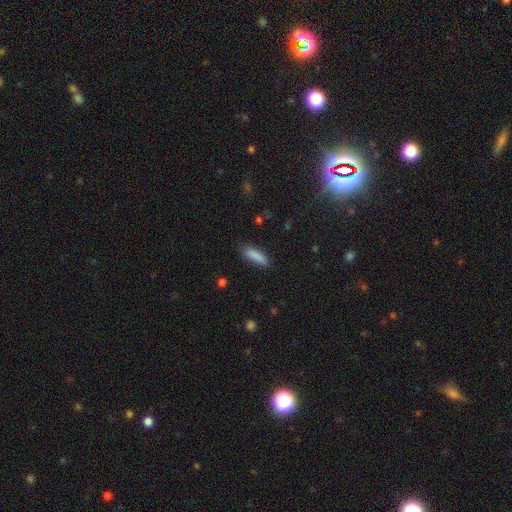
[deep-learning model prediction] Q: Smooth or featured?
A: smooth (87%); runner-up: star or artifact (7%)
Q: How rounded?
A: cigar-shaped (56%); runner-up: in between (42%)
Q: Merging?
A: none (81%); runner-up: minor disturbance (14%)